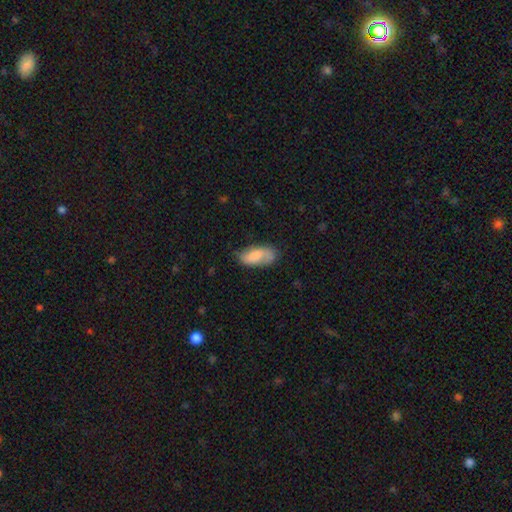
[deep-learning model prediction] Smooth or featured? Predicted: smooth (p=0.68). How rounded? Predicted: in between (p=0.90). Merging? Predicted: none (p=0.65).